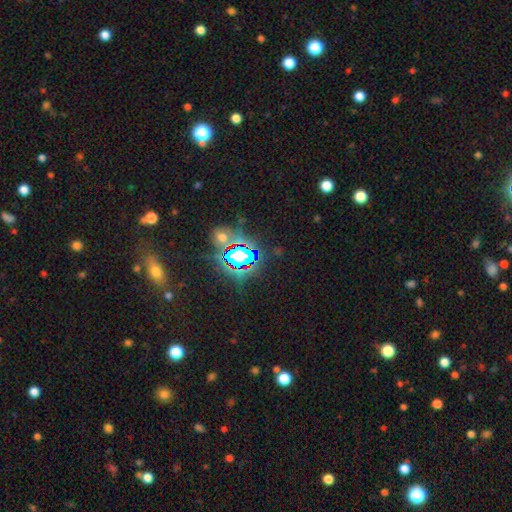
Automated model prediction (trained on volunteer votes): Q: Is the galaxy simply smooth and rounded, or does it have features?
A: star or artifact — 76%.